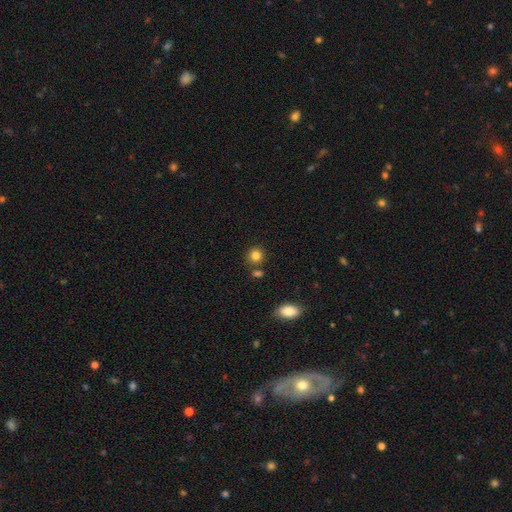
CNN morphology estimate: Smooth or featured? Predicted: smooth (p=0.83). How rounded? Predicted: round (p=0.86). Merging? Predicted: none (p=0.77).